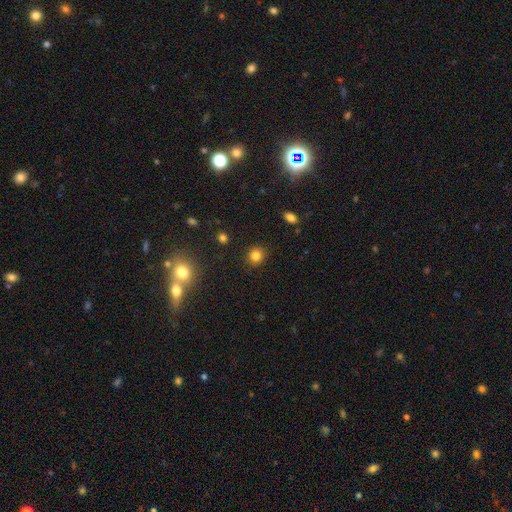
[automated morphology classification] This appears to be a smooth galaxy with no disk features (82%) that is round (87%). Merging: none (89%).